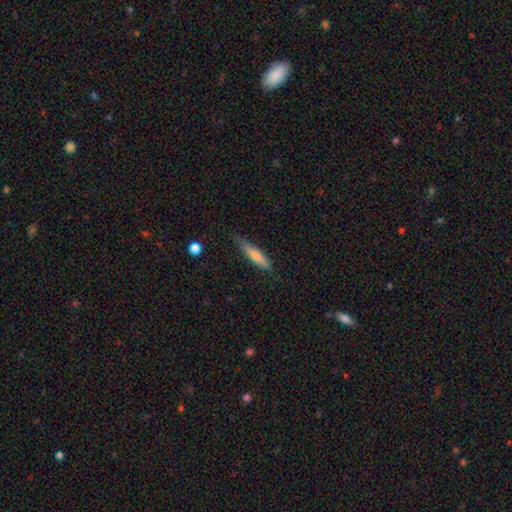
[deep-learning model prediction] Overall: smooth (51%; featured or disk 41%). How rounded: cigar-shaped (91%). Merging: none (79%).